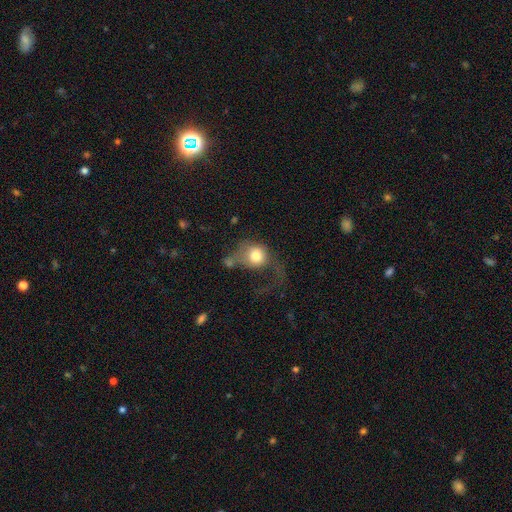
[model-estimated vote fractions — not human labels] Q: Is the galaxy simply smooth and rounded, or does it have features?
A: smooth — 69%.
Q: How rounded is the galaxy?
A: round — 70%.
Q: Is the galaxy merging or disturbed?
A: major disturbance — 50%.